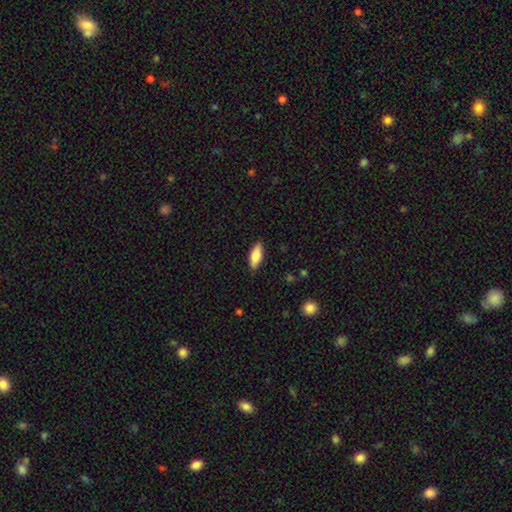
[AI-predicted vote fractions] Smooth or featured?
  - smooth: 79% *
  - featured or disk: 15%
  - star or artifact: 6%
How rounded?
  - in between: 74% *
  - cigar-shaped: 23%
  - round: 2%
Merging?
  - none: 88% *
  - minor disturbance: 9%
  - major disturbance: 2%
  - merger: 1%